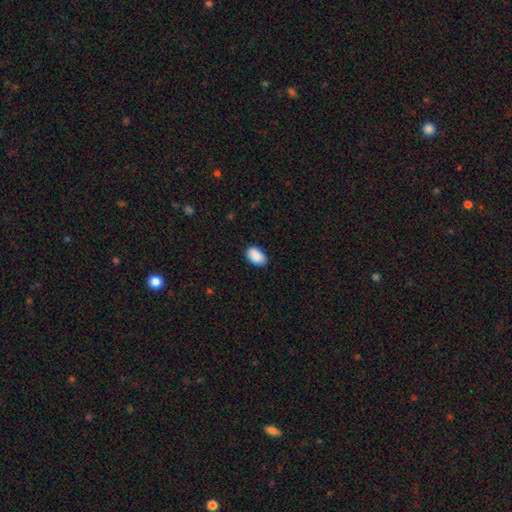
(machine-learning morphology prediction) Smooth or featured?
  - smooth: 90% *
  - star or artifact: 7%
  - featured or disk: 3%
How rounded?
  - in between: 92% *
  - round: 6%
  - cigar-shaped: 1%
Merging?
  - none: 84% *
  - minor disturbance: 13%
  - major disturbance: 2%
  - merger: 1%